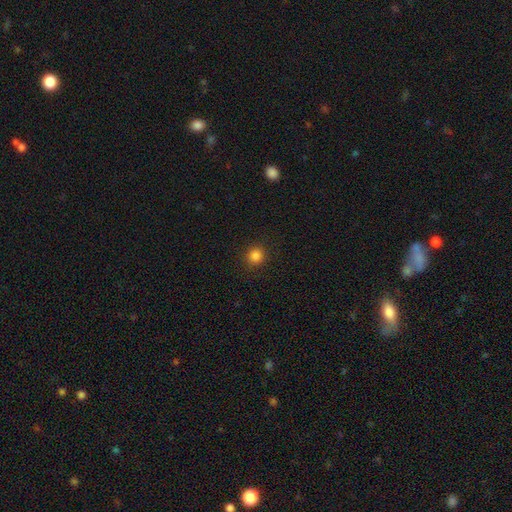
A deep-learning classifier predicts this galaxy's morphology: Smooth or featured? smooth (84%)
How rounded? round (91%)
Merging? none (91%)